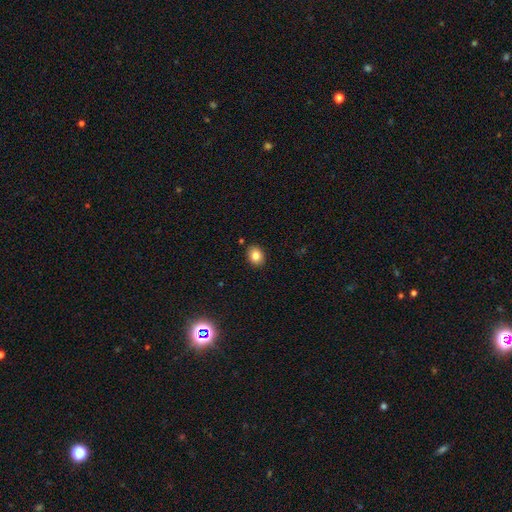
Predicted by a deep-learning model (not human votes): Smooth or featured? Predicted: smooth (p=0.83). How rounded? Predicted: in between (p=0.52). Merging? Predicted: none (p=0.88).